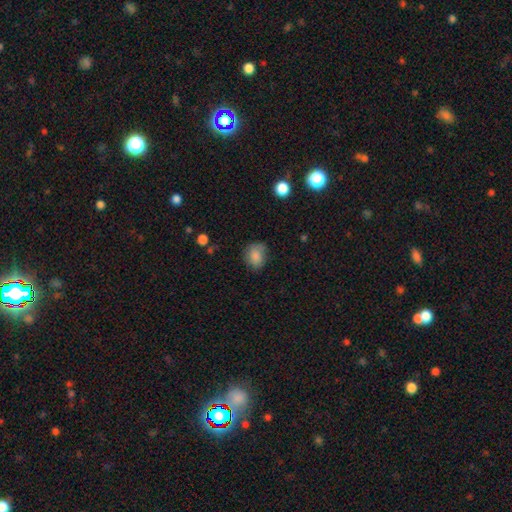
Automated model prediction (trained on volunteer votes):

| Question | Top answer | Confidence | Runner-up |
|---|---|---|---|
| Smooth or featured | smooth | 83% | star or artifact (9%) |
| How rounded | in between | 51% | round (48%) |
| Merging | none | 65% | minor disturbance (26%) |